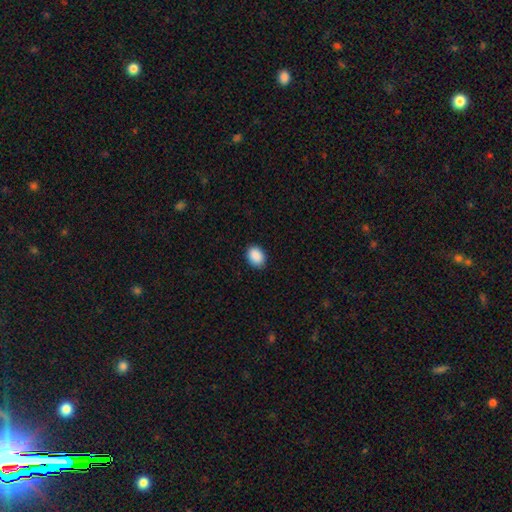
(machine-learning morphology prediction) Smooth or featured: smooth — 90% (star or artifact — 7%)
How rounded: in between — 69% (round — 30%)
Merging: none — 89% (minor disturbance — 8%)